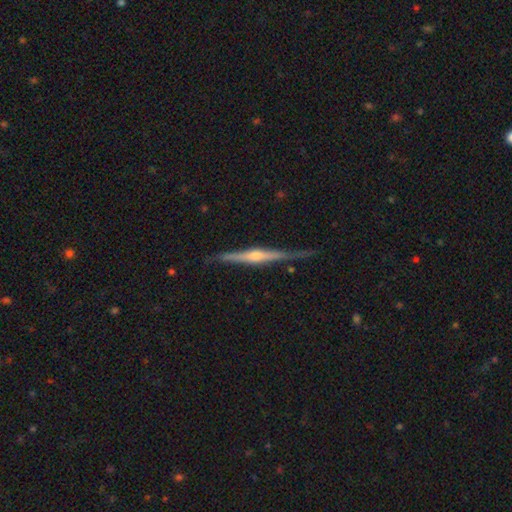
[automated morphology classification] A featured or disk galaxy (85%) viewed edge-on (98%) with a rounded central bulge (83%). Merging: none (86%).